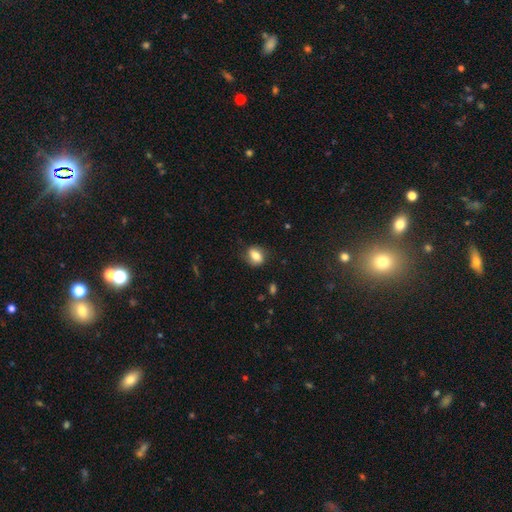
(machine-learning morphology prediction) The model was most divided on "how rounded": in between: 69%, round: 29%, cigar-shaped: 2%. More confident: smooth or featured — smooth (72%); merging — none (71%).